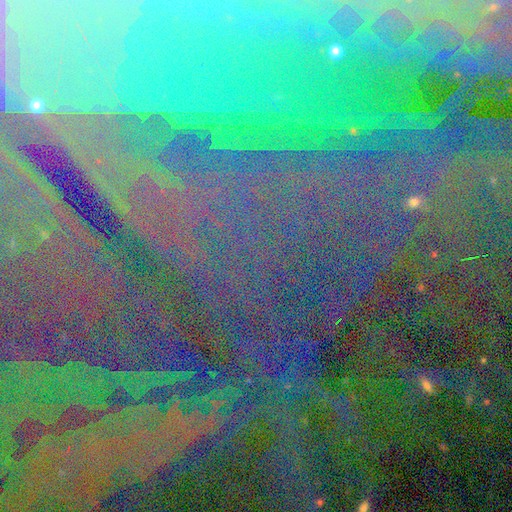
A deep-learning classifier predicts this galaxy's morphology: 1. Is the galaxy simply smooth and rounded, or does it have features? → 83% star or artifact, 9% featured or disk, 8% smooth.